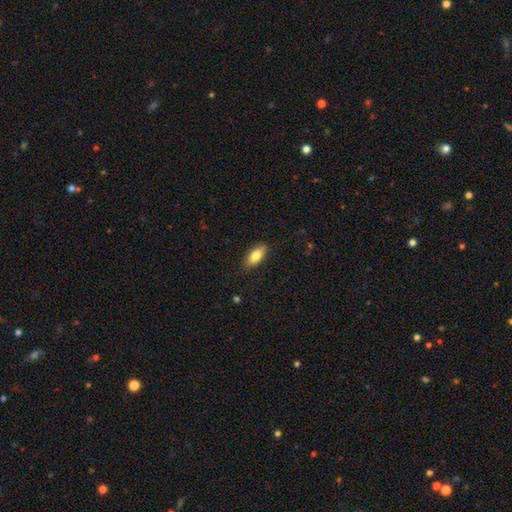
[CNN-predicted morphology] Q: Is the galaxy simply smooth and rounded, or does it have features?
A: smooth — 80%.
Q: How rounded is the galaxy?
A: in between — 85%.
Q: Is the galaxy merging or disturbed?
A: none — 88%.